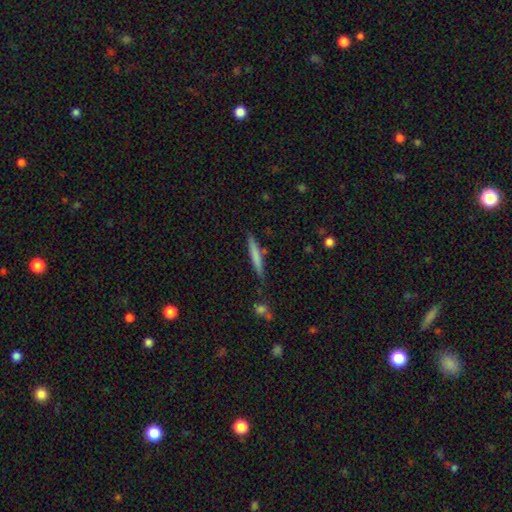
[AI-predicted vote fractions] This is likely a smooth galaxy (71%). How rounded: clearly cigar-shaped (94%). Merging: clearly none (83%).